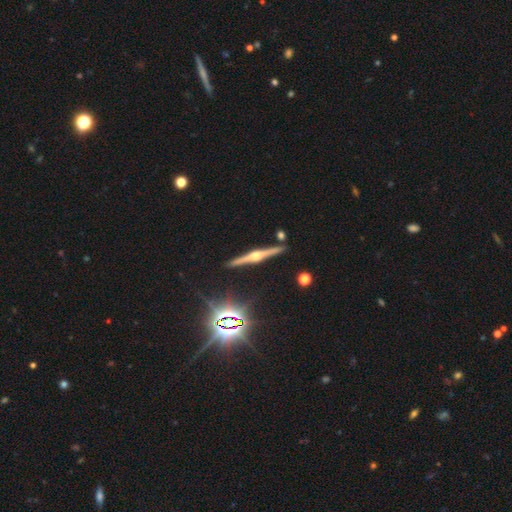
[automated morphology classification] The model was most divided on "smooth or featured": featured or disk: 81%, star or artifact: 10%, smooth: 10%. More confident: edge-on disk — yes (98%); edge-on bulge — rounded (92%); merging — none (90%).